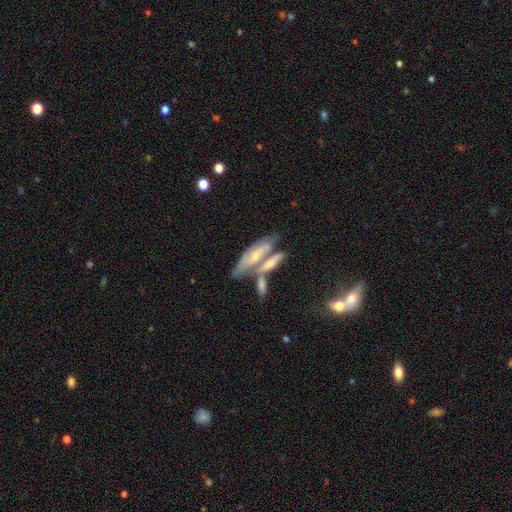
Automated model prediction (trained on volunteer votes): This appears to be a featured or disk galaxy (61%). Merging: merger (42%).